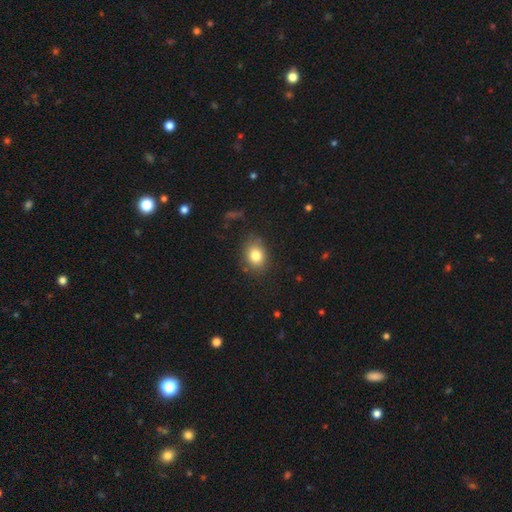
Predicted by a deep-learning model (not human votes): Morphology: type=smooth (81%); roundness=in between (52%); merging=none (80%).